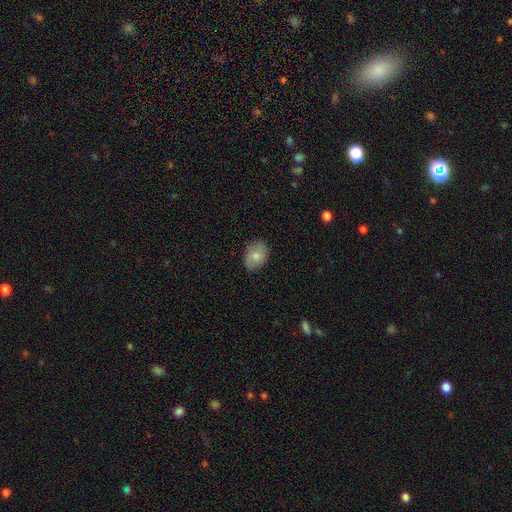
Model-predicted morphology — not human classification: Smooth or featured? smooth (77%)
How rounded? in between (73%)
Merging? none (79%)